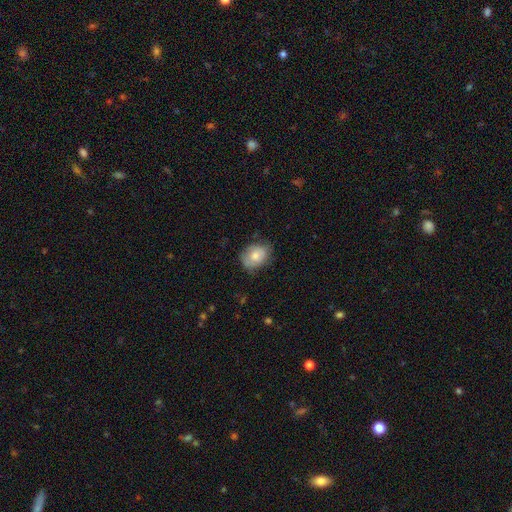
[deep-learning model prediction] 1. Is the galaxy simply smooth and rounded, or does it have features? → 74% smooth, 18% featured or disk, 7% star or artifact.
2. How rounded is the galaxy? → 64% in between, 35% round, 1% cigar-shaped.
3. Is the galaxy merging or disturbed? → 67% none, 25% minor disturbance, 6% major disturbance, 1% merger.